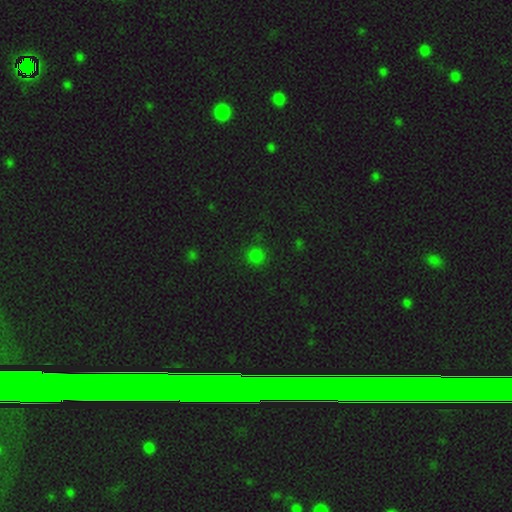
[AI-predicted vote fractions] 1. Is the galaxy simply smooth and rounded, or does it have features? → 78% smooth, 18% star or artifact, 3% featured or disk.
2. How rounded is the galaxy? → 92% round, 6% in between, 1% cigar-shaped.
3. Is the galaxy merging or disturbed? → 89% none, 7% minor disturbance, 3% major disturbance, 1% merger.